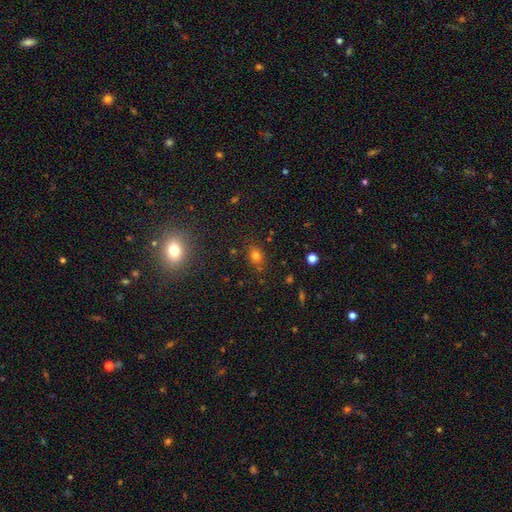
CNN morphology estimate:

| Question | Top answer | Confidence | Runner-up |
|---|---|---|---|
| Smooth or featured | smooth | 73% | star or artifact (18%) |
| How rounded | in between | 53% | round (46%) |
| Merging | none | 77% | minor disturbance (14%) |